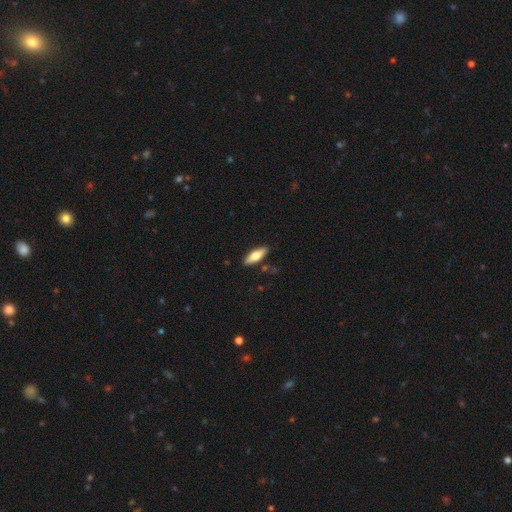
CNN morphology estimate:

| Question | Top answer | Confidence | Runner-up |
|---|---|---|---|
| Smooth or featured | smooth | 62% | featured or disk (32%) |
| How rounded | in between | 55% | cigar-shaped (43%) |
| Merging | none | 85% | minor disturbance (10%) |